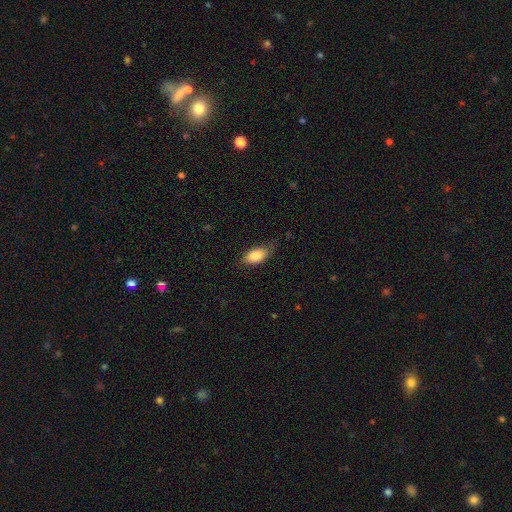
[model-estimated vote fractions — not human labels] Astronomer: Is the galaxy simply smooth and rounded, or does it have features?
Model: smooth — 86%.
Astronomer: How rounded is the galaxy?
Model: in between — 91%.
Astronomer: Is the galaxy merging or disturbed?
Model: none — 67%.